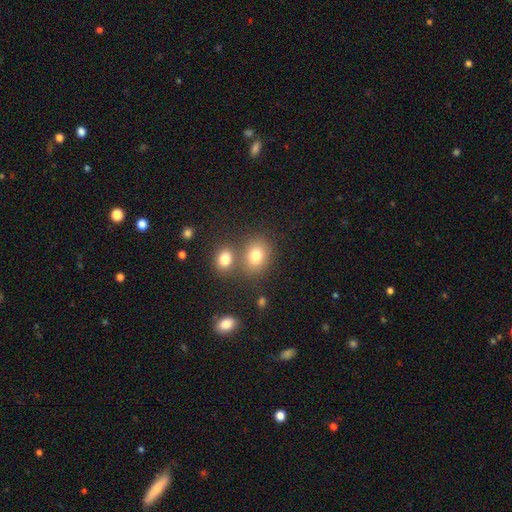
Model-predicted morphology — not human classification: Smooth or featured?
  - smooth: 77% *
  - star or artifact: 13%
  - featured or disk: 10%
How rounded?
  - round: 53% *
  - in between: 46%
  - cigar-shaped: 1%
Merging?
  - none: 61% *
  - merger: 25%
  - minor disturbance: 11%
  - major disturbance: 4%